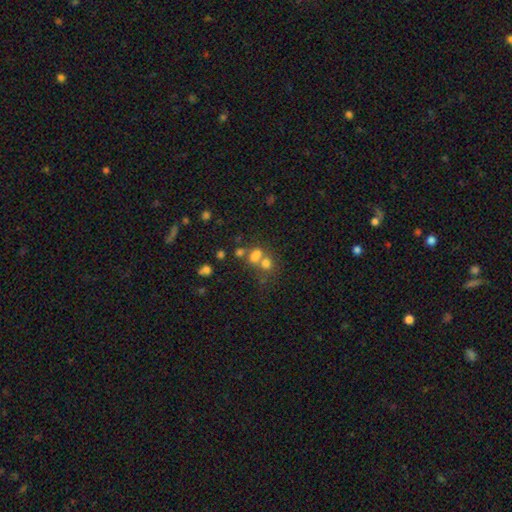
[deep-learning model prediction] Morphology: type=smooth (65%); roundness=round (50%); merging=merger (52%).